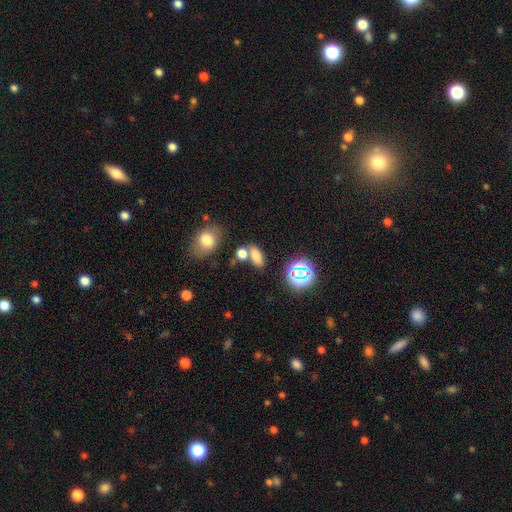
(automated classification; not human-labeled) Overall: smooth (74%). How rounded: in between (81%). Merging: none (59%; merger 24%).